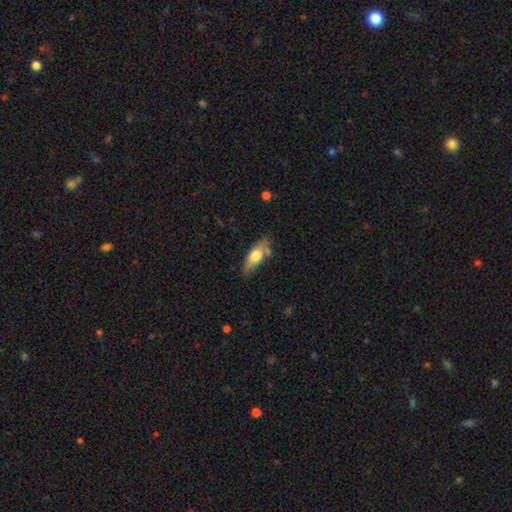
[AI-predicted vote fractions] Morphology: type=smooth (63%); roundness=in between (66%); merging=none (66%).